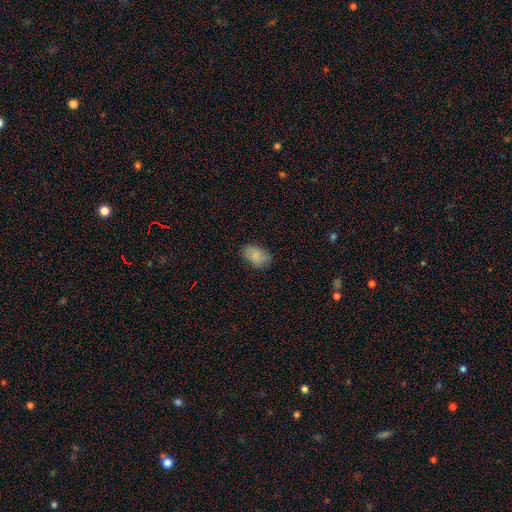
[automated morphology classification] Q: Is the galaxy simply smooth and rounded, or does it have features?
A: smooth — 80%.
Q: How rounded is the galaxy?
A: in between — 90%.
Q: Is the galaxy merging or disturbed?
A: none — 76%.